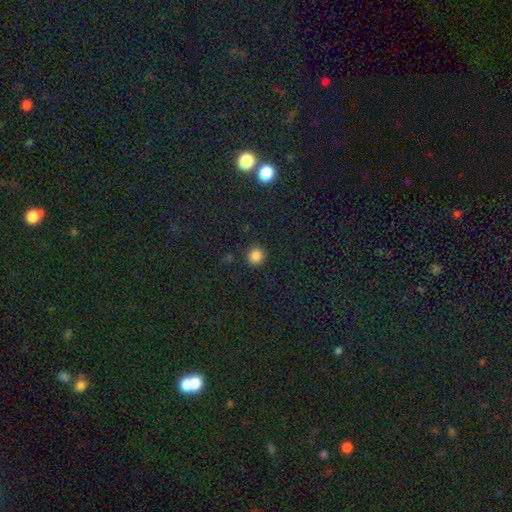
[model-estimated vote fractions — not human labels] The model was most divided on "smooth or featured": smooth: 84%, star or artifact: 12%, featured or disk: 3%. More confident: merging — none (88%); how rounded — round (87%).